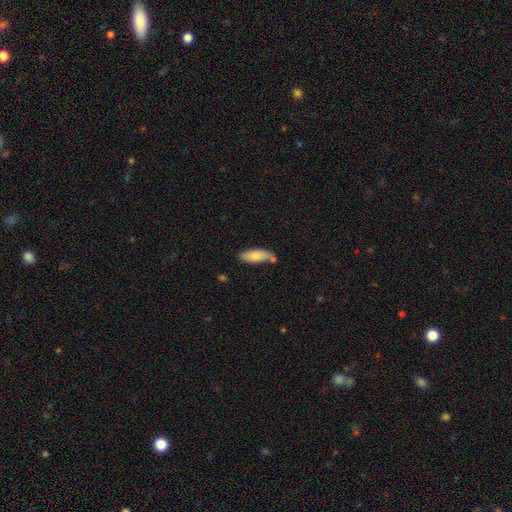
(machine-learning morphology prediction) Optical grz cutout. It shows a smooth galaxy with no disk features (79%) that is in between round and cigar-shaped (65%). Merging: none (65%).